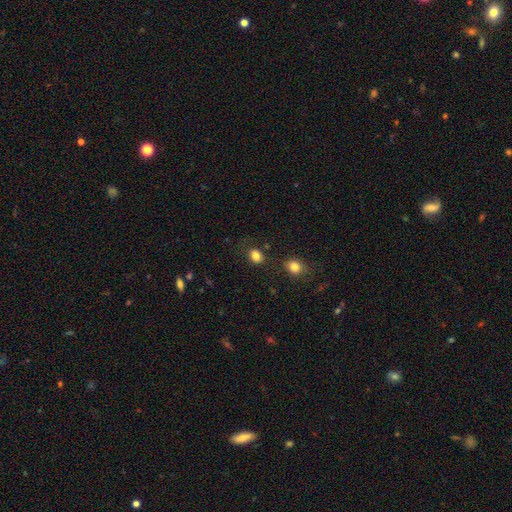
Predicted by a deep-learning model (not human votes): The model was most divided on "how rounded": in between: 63%, round: 36%, cigar-shaped: 1%. More confident: smooth or featured — smooth (83%); merging — none (76%).